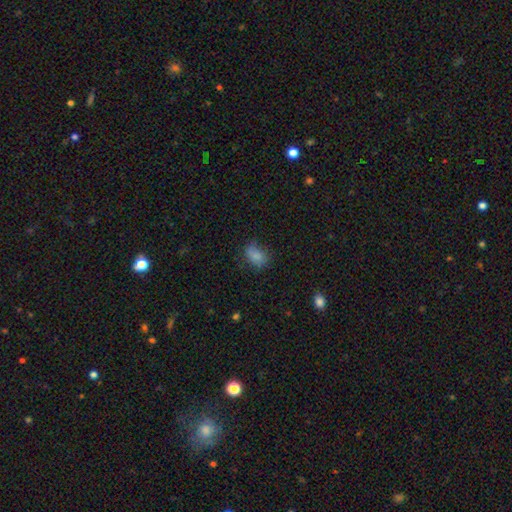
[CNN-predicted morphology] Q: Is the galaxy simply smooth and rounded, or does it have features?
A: smooth — 81%.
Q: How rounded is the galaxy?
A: in between — 82%.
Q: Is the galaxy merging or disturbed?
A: none — 65%.